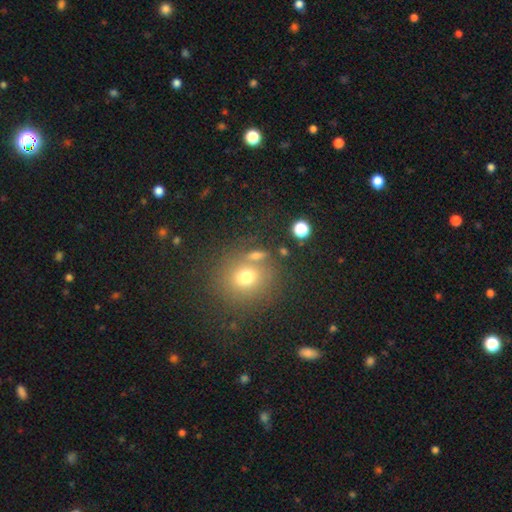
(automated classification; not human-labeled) This is likely a smooth galaxy (67%). How rounded: likely round (60%). Merging: likely none (65%).